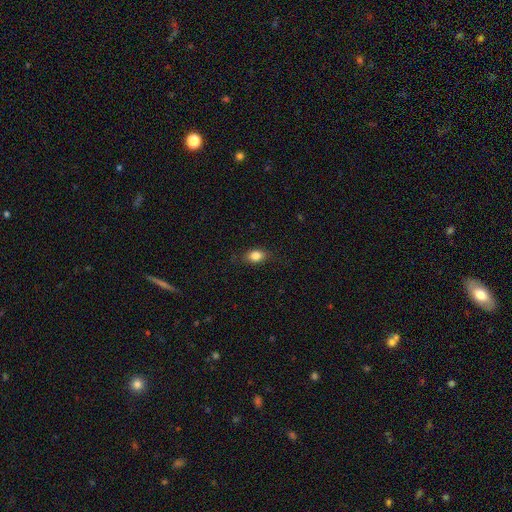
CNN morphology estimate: Overall: smooth (83%). How rounded: in between (75%). Merging: none (80%).